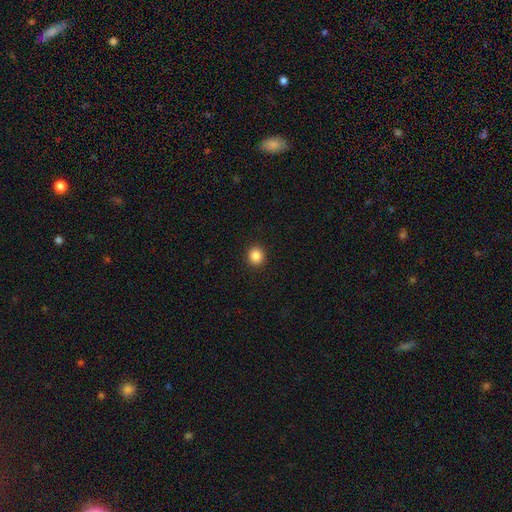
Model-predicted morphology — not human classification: Smooth or featured?
  - smooth: 86% *
  - star or artifact: 10%
  - featured or disk: 3%
How rounded?
  - round: 90% *
  - in between: 9%
  - cigar-shaped: 1%
Merging?
  - none: 92% *
  - minor disturbance: 5%
  - major disturbance: 2%
  - merger: 1%